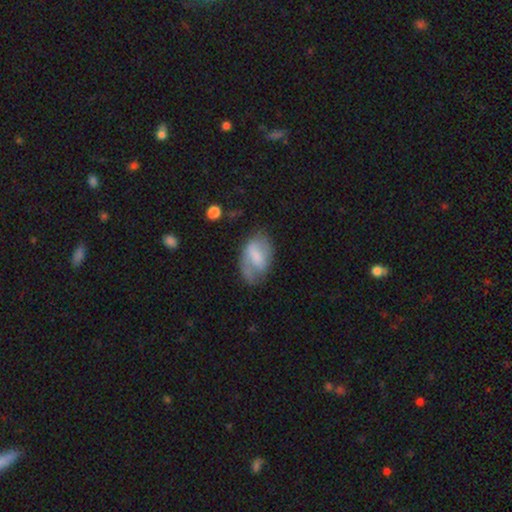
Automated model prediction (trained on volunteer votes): Smooth or featured?
  - smooth: 51% *
  - featured or disk: 41%
  - star or artifact: 7%
How rounded?
  - in between: 88% *
  - round: 10%
  - cigar-shaped: 2%
Merging?
  - none: 49% *
  - minor disturbance: 30%
  - major disturbance: 19%
  - merger: 3%